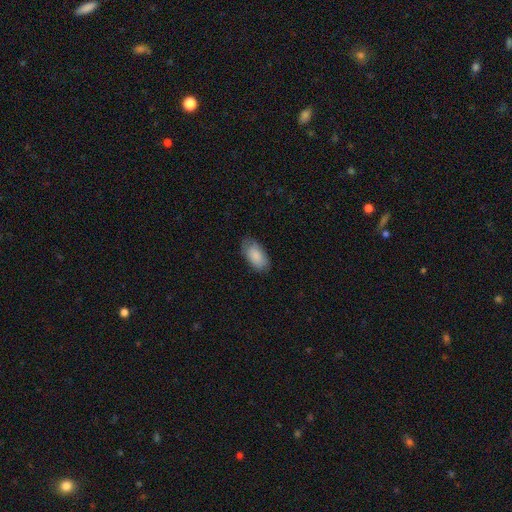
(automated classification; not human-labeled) smooth-or-featured: smooth: 86% | featured or disk: 8% | star or artifact: 6%
  how-rounded: in between: 94% | cigar-shaped: 3% | round: 3%
  merging: none: 78% | minor disturbance: 18% | major disturbance: 4% | merger: 1%